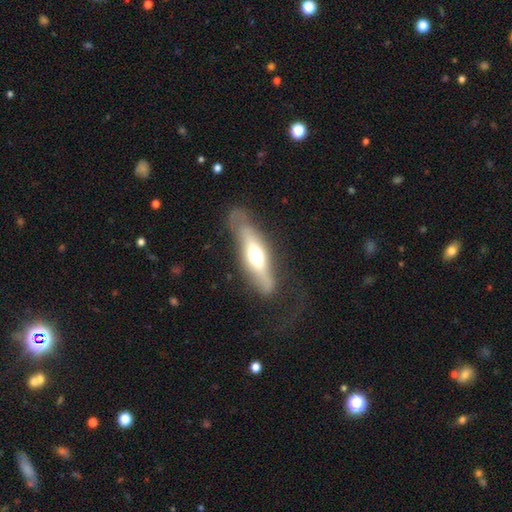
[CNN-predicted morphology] This is possibly a featured or disk galaxy (59%). It is likely viewed edge-on (72%). Merging: likely none (62%).